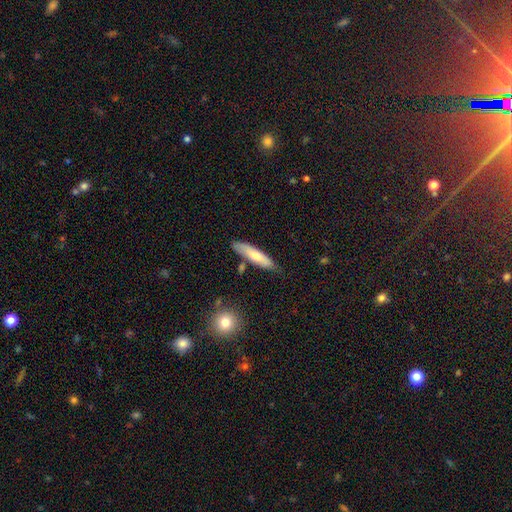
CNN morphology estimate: smooth-or-featured: smooth: 67% | featured or disk: 27% | star or artifact: 6%
  how-rounded: cigar-shaped: 75% | in between: 23% | round: 2%
  merging: none: 73% | minor disturbance: 17% | merger: 6% | major disturbance: 3%